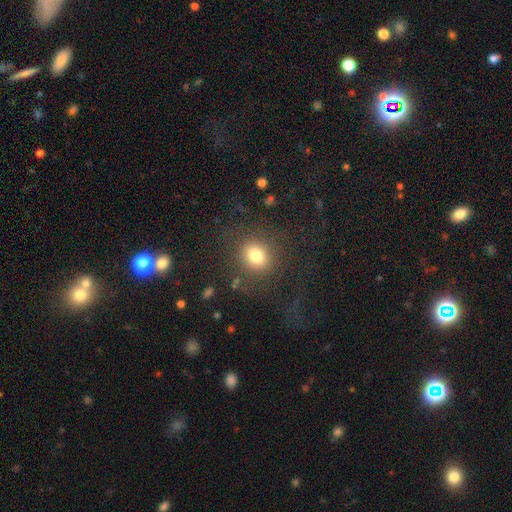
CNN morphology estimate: Smooth or featured?
  - smooth: 77% *
  - star or artifact: 13%
  - featured or disk: 10%
How rounded?
  - round: 76% *
  - in between: 23%
  - cigar-shaped: 1%
Merging?
  - none: 79% *
  - minor disturbance: 10%
  - major disturbance: 9%
  - merger: 2%